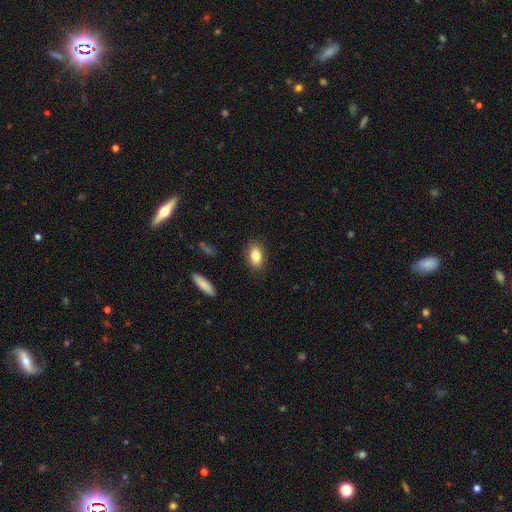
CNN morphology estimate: This is clearly a smooth galaxy (83%). How rounded: clearly in between (88%). Merging: clearly none (87%).